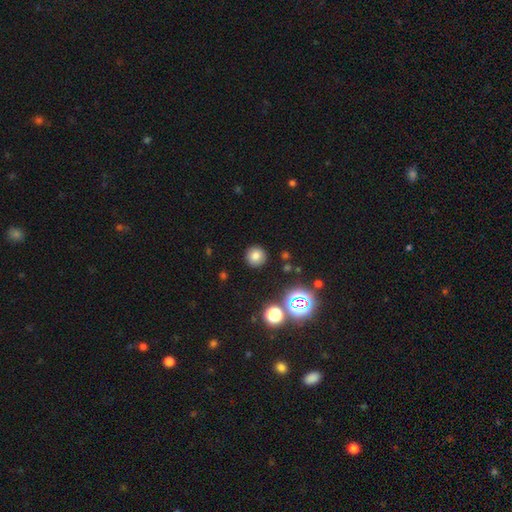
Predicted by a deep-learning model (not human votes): Morphology: type=smooth (77%); roundness=round (93%); merging=none (90%).